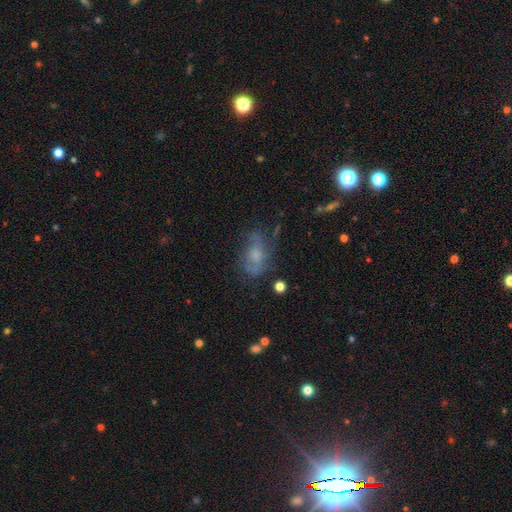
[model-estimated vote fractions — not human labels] Smooth or featured?
  - featured or disk: 43% *
  - smooth: 41%
  - star or artifact: 16%
Merging?
  - none: 46% *
  - major disturbance: 26%
  - minor disturbance: 25%
  - merger: 4%